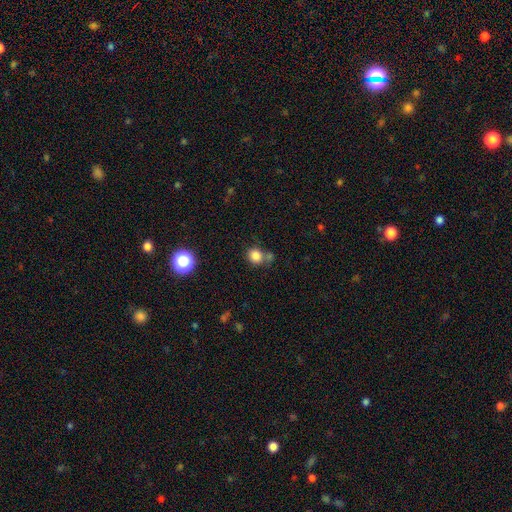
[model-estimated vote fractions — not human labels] Smooth or featured? smooth (82%)
How rounded? round (80%)
Merging? none (60%)